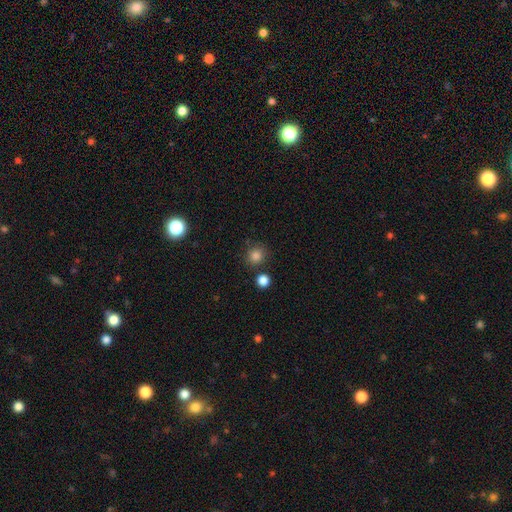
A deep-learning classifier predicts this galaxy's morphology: type=smooth (84%); roundness=round (89%); merging=none (81%).